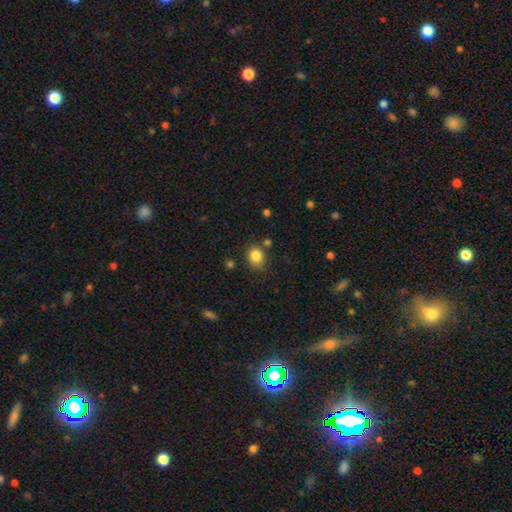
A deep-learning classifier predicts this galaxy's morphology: A smooth galaxy with no disk features (84%) that is round (52%). Merging: none (75%).